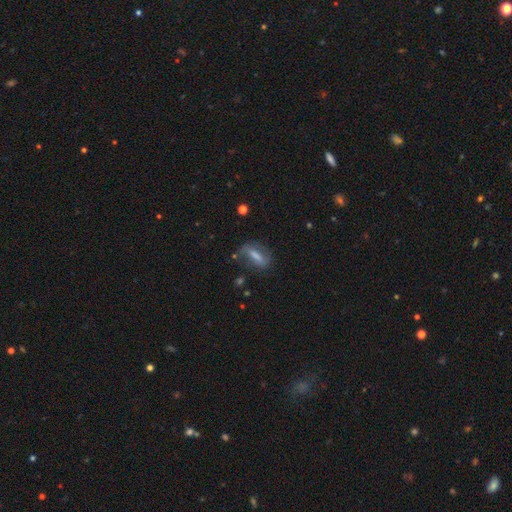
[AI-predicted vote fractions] Smooth or featured: featured or disk — 44% (smooth — 43%)
Merging: none — 63% (minor disturbance — 22%)